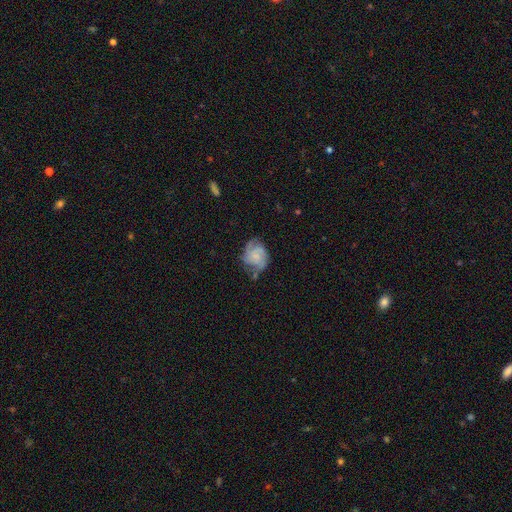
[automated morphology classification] The model was most divided on "bulge size": small: 39%, none: 38%, moderate: 17%, large: 4%, dominant: 2%. Remaining: edge-on disk — no (98%); spiral arms — yes (88%); bar — no (70%); smooth or featured — featured or disk (64%); merging — none (52%); spiral winding — tight (43%); spiral arm count — 2 (32%).